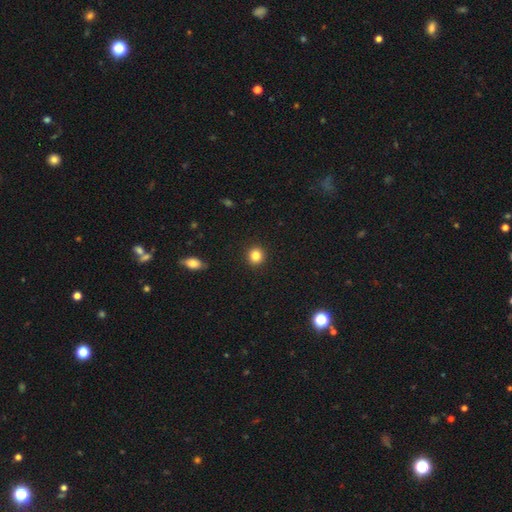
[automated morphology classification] This is clearly a smooth galaxy (84%). How rounded: clearly round (90%). Merging: clearly none (92%).